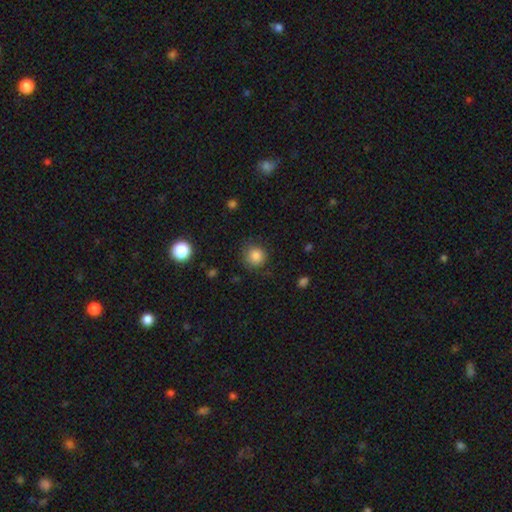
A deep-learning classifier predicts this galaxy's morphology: smooth-or-featured: smooth: 85% | star or artifact: 11% | featured or disk: 5%
  how-rounded: round: 92% | in between: 7% | cigar-shaped: 1%
  merging: none: 82% | minor disturbance: 13% | major disturbance: 4% | merger: 1%